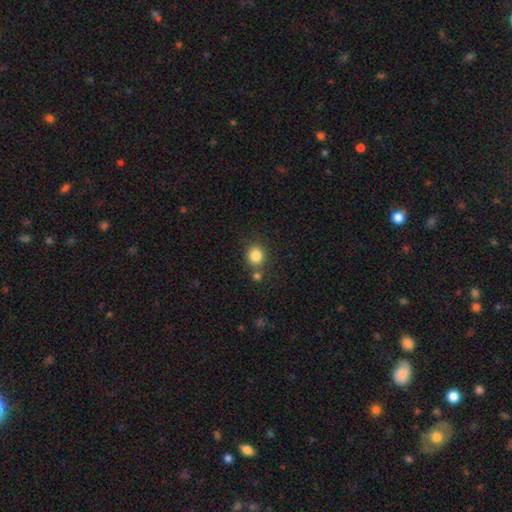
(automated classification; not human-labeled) Smooth or featured? Predicted: smooth (p=0.84). How rounded? Predicted: round (p=0.85). Merging? Predicted: none (p=0.71).